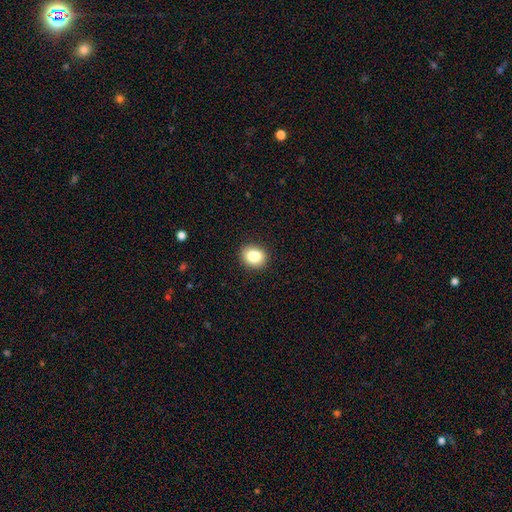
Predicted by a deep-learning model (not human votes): This appears to be a smooth galaxy with no disk features (85%) that is round (59%). Merging: none (89%).